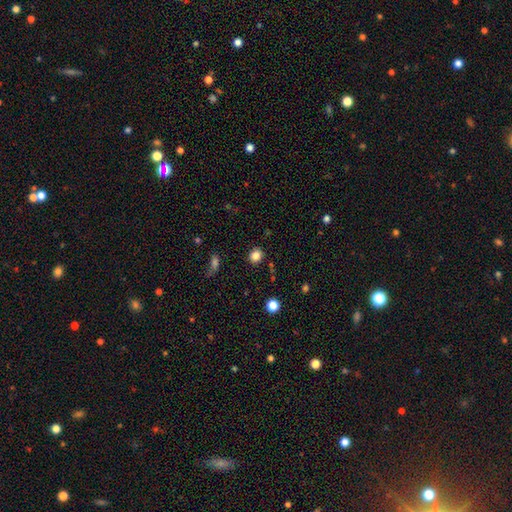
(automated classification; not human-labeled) Smooth or featured? Predicted: smooth (p=0.84). How rounded? Predicted: round (p=0.74). Merging? Predicted: none (p=0.88).